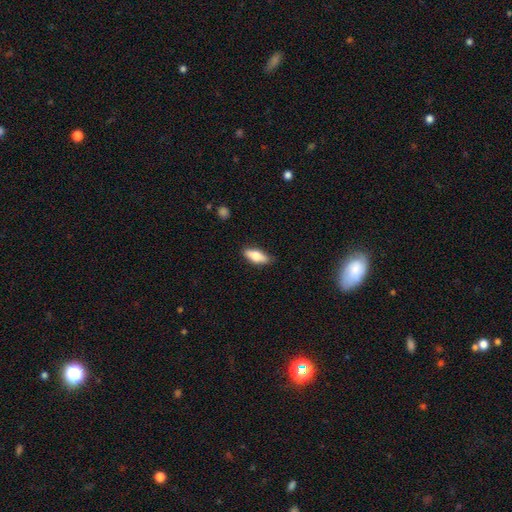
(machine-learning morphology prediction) smooth 70%, featured or disk 23%, star or artifact 6%. Down the decision tree: how rounded — in between (72%); merging — none (82%).